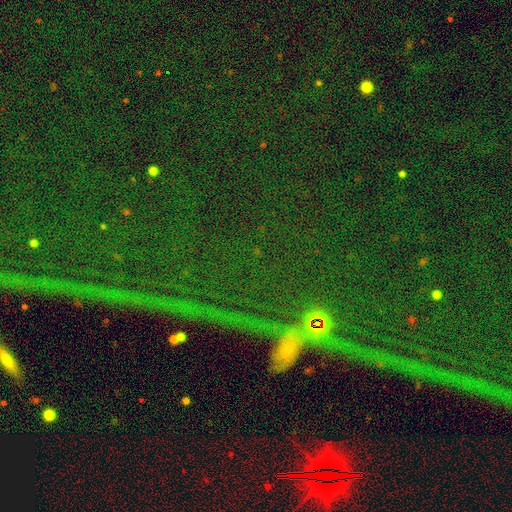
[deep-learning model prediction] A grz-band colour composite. It shows a star or artifact, not a galaxy (80%).